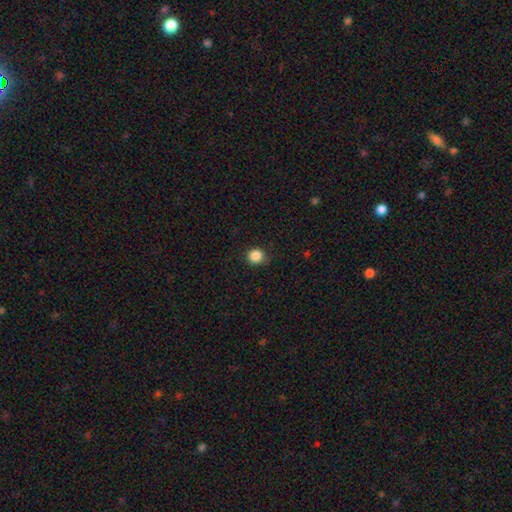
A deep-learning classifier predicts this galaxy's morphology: smooth-or-featured: smooth: 86% | star or artifact: 10% | featured or disk: 3%
  how-rounded: round: 89% | in between: 11% | cigar-shaped: 1%
  merging: none: 87% | minor disturbance: 10% | major disturbance: 2% | merger: 1%